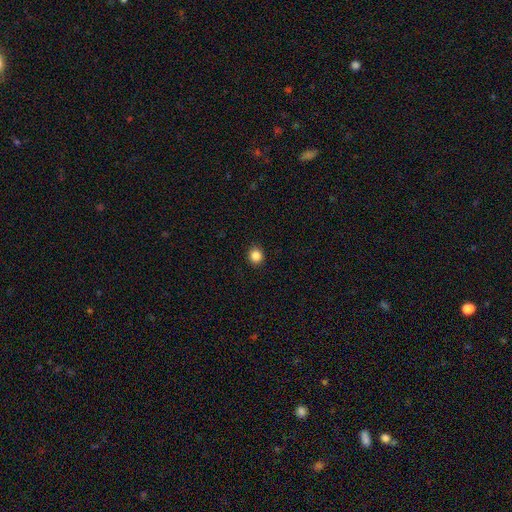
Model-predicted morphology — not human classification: A smooth galaxy with no disk features (86%) that is round (90%).

Vote fractions:
- Smooth or featured? smooth: 86% / star or artifact: 11% / featured or disk: 3%
- How rounded? round: 90% / in between: 9% / cigar-shaped: 1%
- Merging? none: 92% / minor disturbance: 5% / major disturbance: 2% / merger: 1%